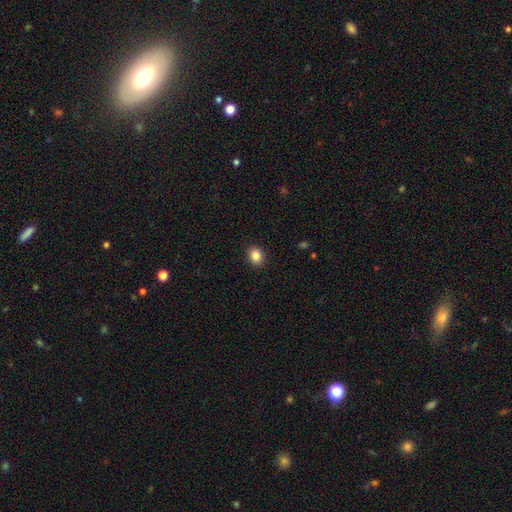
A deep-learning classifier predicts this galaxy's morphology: smooth-or-featured: smooth: 87% | star or artifact: 9% | featured or disk: 4%
  how-rounded: in between: 50% | round: 49% | cigar-shaped: 1%
  merging: none: 91% | minor disturbance: 6% | major disturbance: 2% | merger: 1%